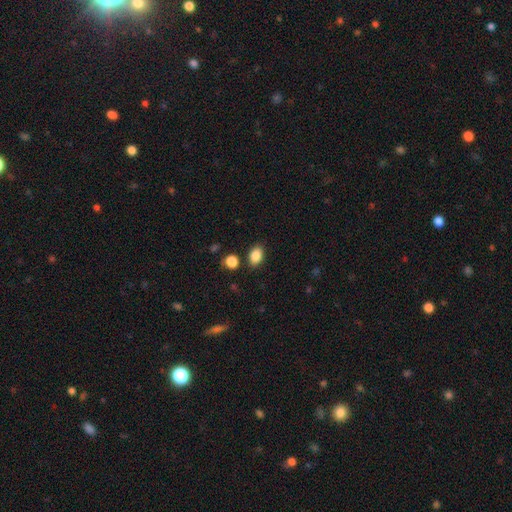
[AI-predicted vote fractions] Smooth or featured?
  - smooth: 87% *
  - star or artifact: 9%
  - featured or disk: 4%
How rounded?
  - in between: 80% *
  - round: 18%
  - cigar-shaped: 1%
Merging?
  - none: 84% *
  - minor disturbance: 10%
  - merger: 4%
  - major disturbance: 3%